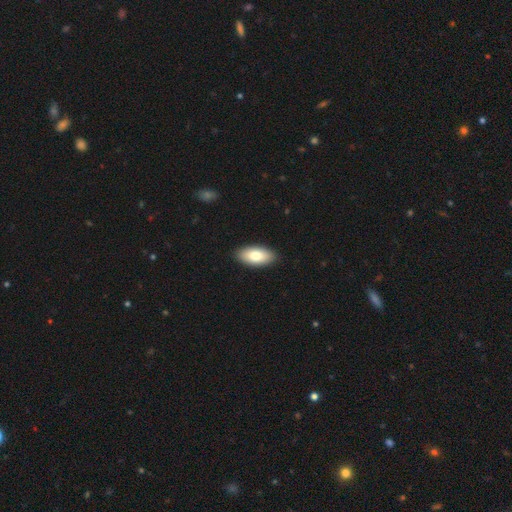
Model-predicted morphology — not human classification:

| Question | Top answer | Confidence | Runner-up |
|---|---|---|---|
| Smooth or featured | smooth | 81% | featured or disk (14%) |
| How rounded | in between | 92% | cigar-shaped (6%) |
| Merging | none | 89% | minor disturbance (8%) |